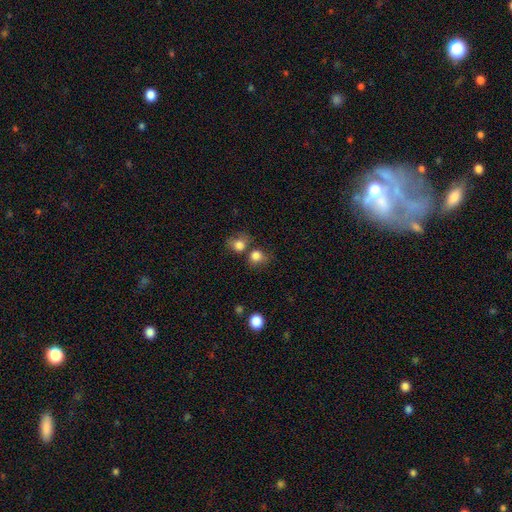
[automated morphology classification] smooth 81%, star or artifact 12%, featured or disk 7%. Down the decision tree: how rounded — round (77%); merging — none (51%).